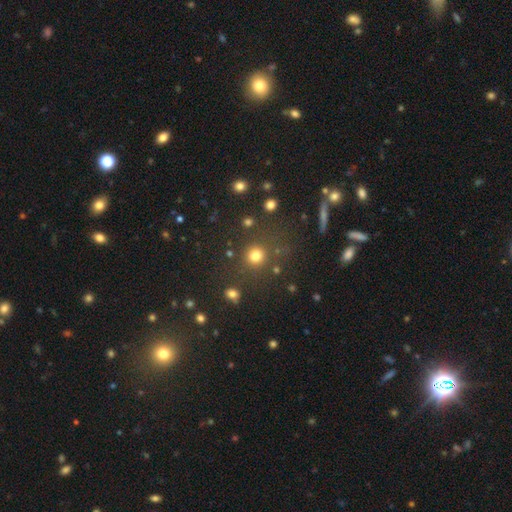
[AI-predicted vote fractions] This appears to be a smooth galaxy with no disk features (78%) that is round (92%). Merging: none (80%).